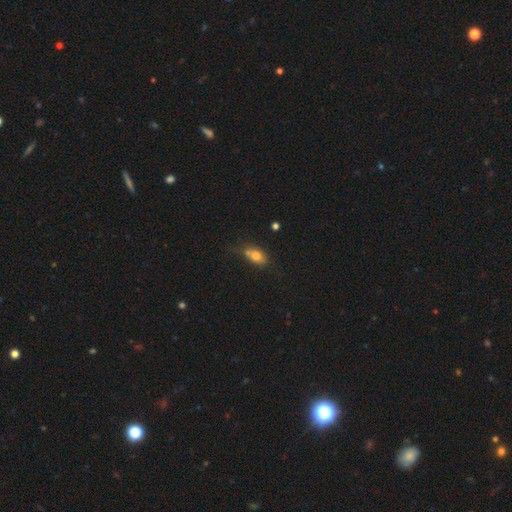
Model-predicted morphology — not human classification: Overall: smooth (75%). How rounded: in between (72%). Merging: none (42%; merger 28%).